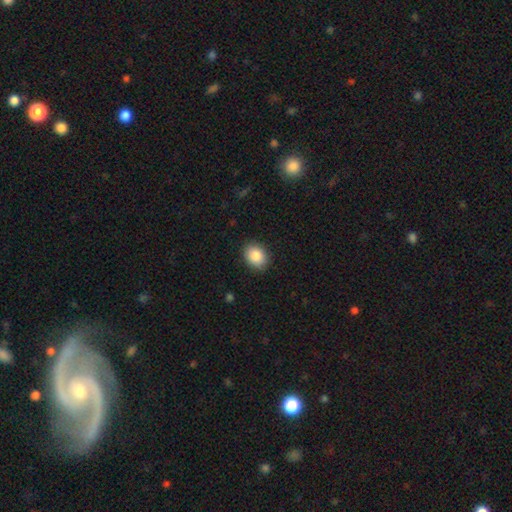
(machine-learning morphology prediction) Smooth or featured: smooth — 87% (star or artifact — 8%)
How rounded: in between — 61% (round — 38%)
Merging: none — 89% (minor disturbance — 8%)